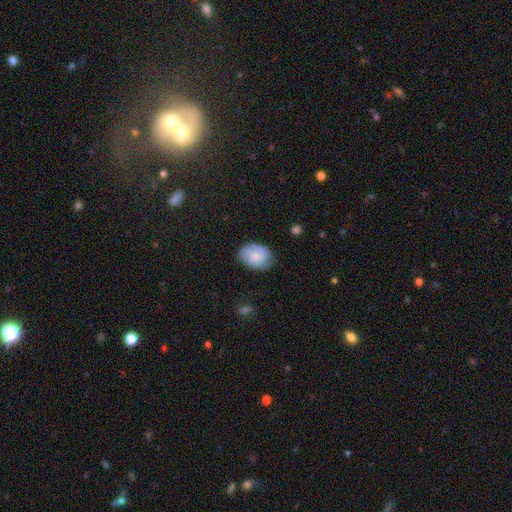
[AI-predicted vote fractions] The model was most divided on "smooth or featured": smooth: 68%, featured or disk: 25%, star or artifact: 7%. More confident: how rounded — in between (75%); merging — none (68%).